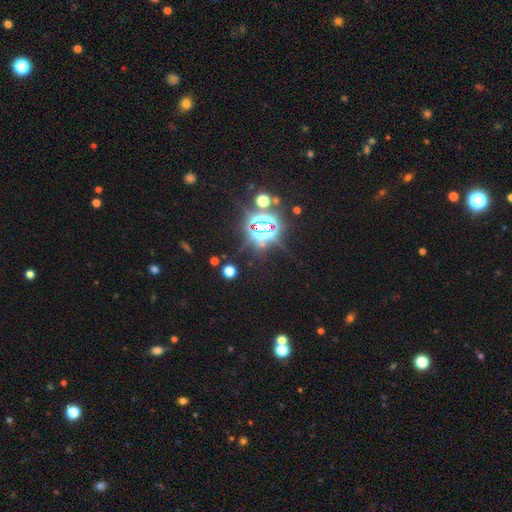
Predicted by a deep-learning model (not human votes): A star or artifact, not a galaxy (80%).

Vote fractions:
- Smooth or featured? star or artifact: 80% / smooth: 13% / featured or disk: 7%